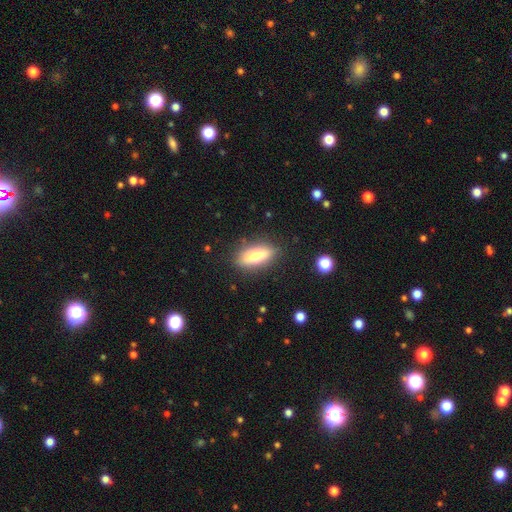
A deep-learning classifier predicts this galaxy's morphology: Smooth or featured: smooth — 65% (featured or disk — 27%)
How rounded: in between — 71% (cigar-shaped — 26%)
Merging: none — 83% (minor disturbance — 12%)